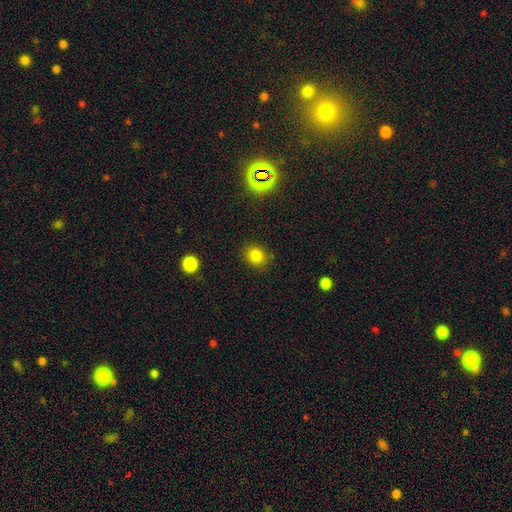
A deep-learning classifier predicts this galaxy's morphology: type=smooth (82%); roundness=round (68%); merging=none (86%).